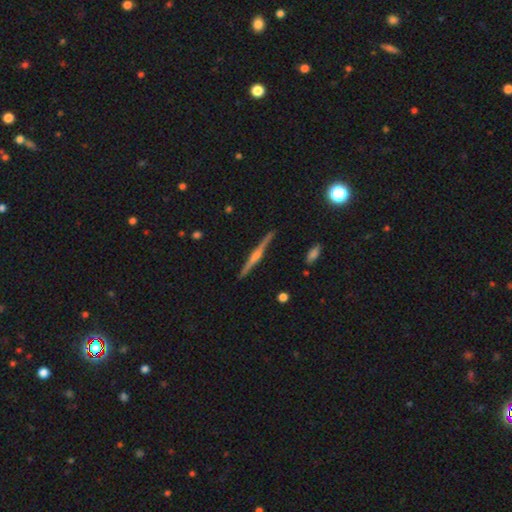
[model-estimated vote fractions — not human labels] The model was most divided on "edge-on bulge": rounded: 67%, boxy: 18%, none: 15%. More confident: edge-on disk — yes (98%); merging — none (90%); smooth or featured — featured or disk (77%).